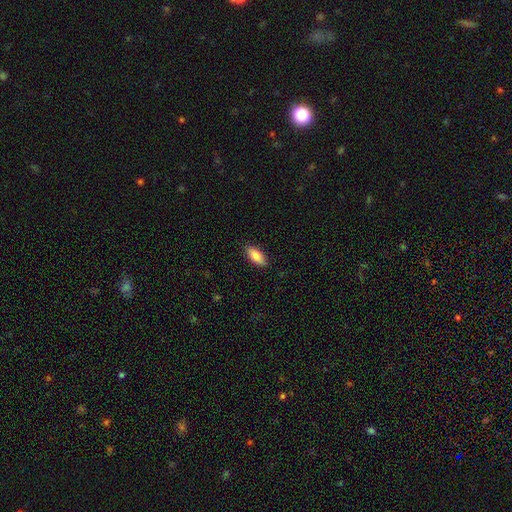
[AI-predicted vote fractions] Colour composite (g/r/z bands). It shows a smooth galaxy with no disk features (84%) that is in between round and cigar-shaped (83%). Merging: none (88%).